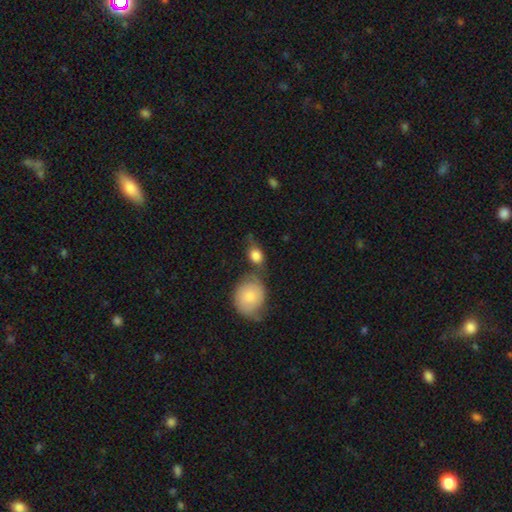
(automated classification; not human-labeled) Smooth or featured?
  - smooth: 79% *
  - featured or disk: 14%
  - star or artifact: 8%
How rounded?
  - in between: 58% *
  - round: 39%
  - cigar-shaped: 3%
Merging?
  - none: 48% *
  - merger: 26%
  - minor disturbance: 18%
  - major disturbance: 8%